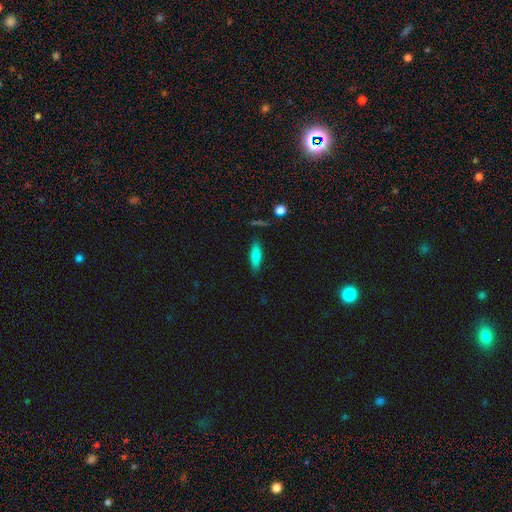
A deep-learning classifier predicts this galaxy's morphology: A smooth galaxy with no disk features (80%) that is cigar-shaped (51%).

Vote fractions:
- Smooth or featured? smooth: 80% / featured or disk: 13% / star or artifact: 7%
- How rounded? cigar-shaped: 51% / in between: 47% / round: 2%
- Merging? none: 82% / minor disturbance: 13% / major disturbance: 3% / merger: 2%